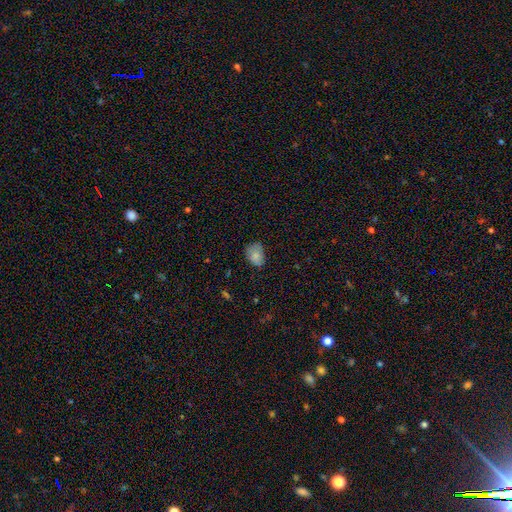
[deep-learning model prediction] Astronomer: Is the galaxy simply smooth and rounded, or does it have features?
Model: smooth — 81%.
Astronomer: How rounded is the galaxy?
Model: in between — 70%.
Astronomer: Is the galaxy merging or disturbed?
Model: none — 61%.